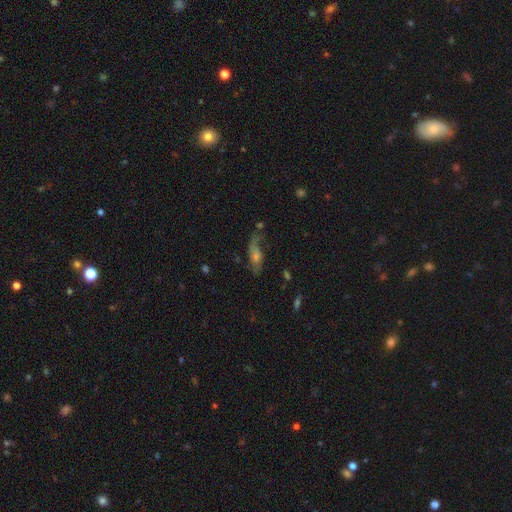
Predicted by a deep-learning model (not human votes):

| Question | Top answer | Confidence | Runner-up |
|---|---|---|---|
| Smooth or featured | featured or disk | 58% | smooth (25%) |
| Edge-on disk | no | 73% | yes (27%) |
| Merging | none | 56% | minor disturbance (22%) |